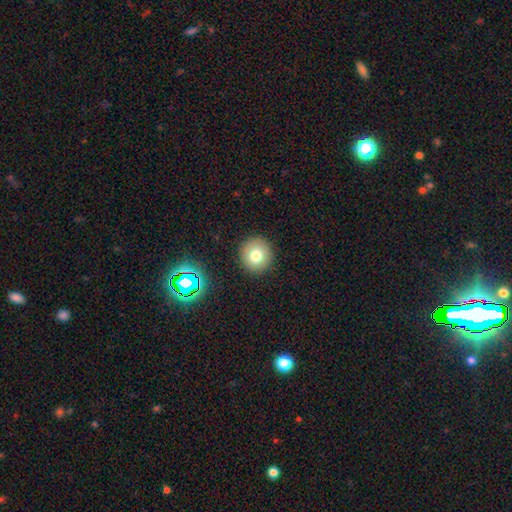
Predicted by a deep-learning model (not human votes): This is likely a smooth galaxy (74%). How rounded: clearly round (93%). Merging: clearly none (90%).